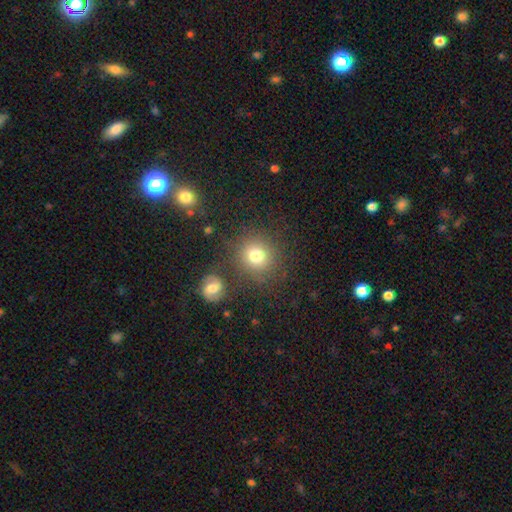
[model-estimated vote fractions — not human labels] A smooth galaxy with no disk features (77%) that is round (89%). Merging: none (80%).